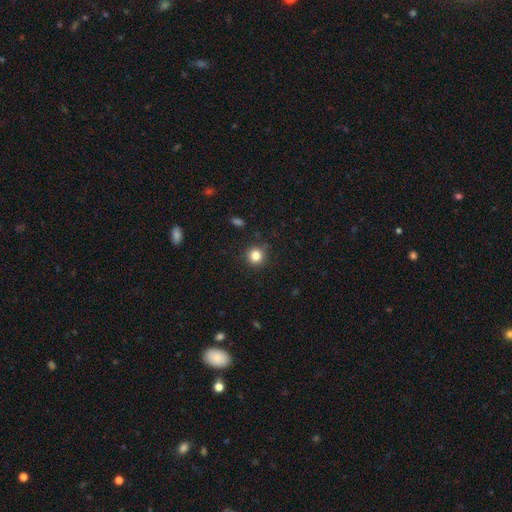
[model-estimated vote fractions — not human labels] A smooth galaxy with no disk features (82%) that is round (93%).

Vote fractions:
- Smooth or featured? smooth: 82% / star or artifact: 12% / featured or disk: 6%
- How rounded? round: 93% / in between: 6% / cigar-shaped: 1%
- Merging? none: 90% / minor disturbance: 7% / major disturbance: 2% / merger: 1%